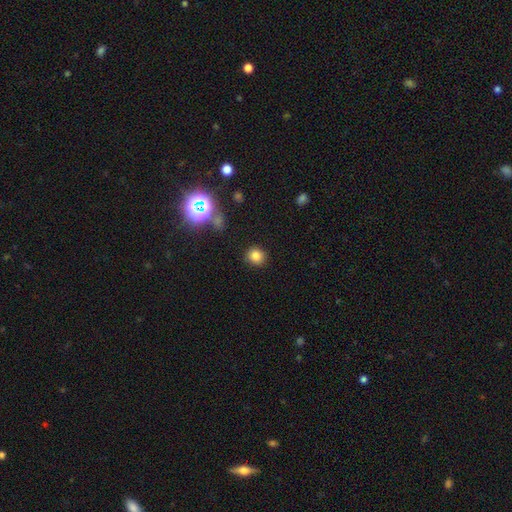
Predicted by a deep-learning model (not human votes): This is likely a smooth galaxy (80%). How rounded: clearly round (89%). Merging: clearly none (89%).